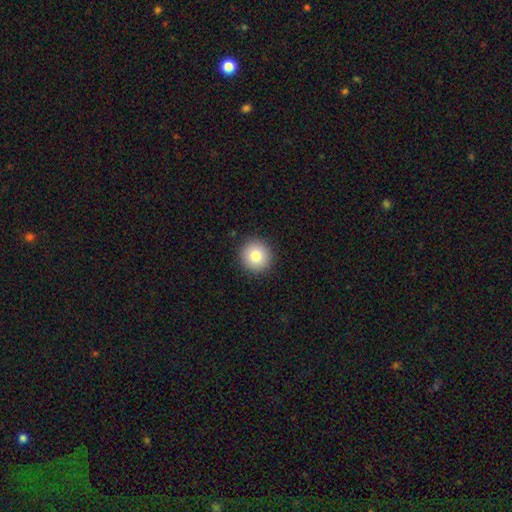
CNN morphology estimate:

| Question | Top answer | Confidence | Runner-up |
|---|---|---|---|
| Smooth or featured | smooth | 81% | star or artifact (10%) |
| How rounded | round | 95% | in between (4%) |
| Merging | none | 92% | minor disturbance (6%) |